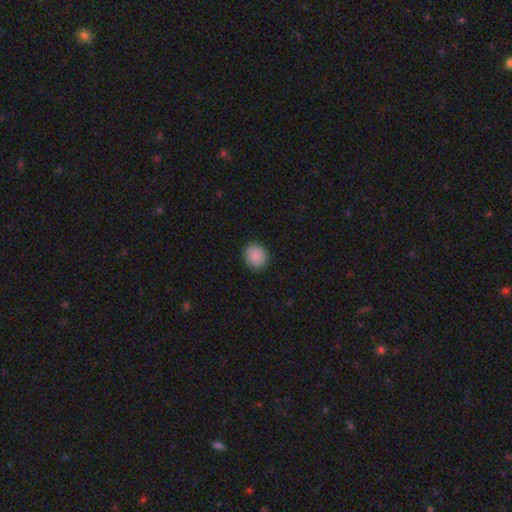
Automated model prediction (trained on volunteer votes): smooth 89%, star or artifact 8%, featured or disk 3%. Down the decision tree: how rounded — round (81%); merging — none (92%).